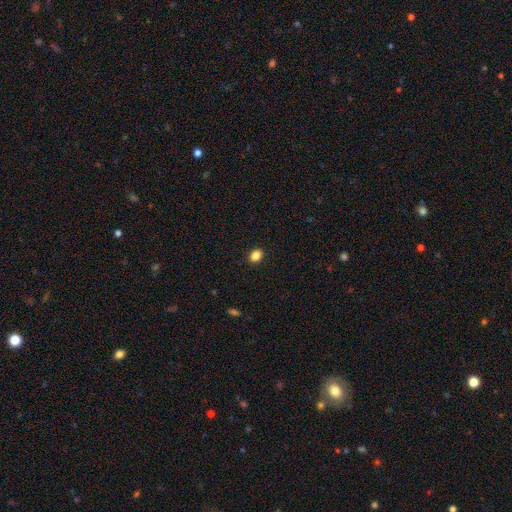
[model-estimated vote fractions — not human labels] A smooth galaxy with no disk features (86%) that is in between round and cigar-shaped (55%). Merging: none (91%).